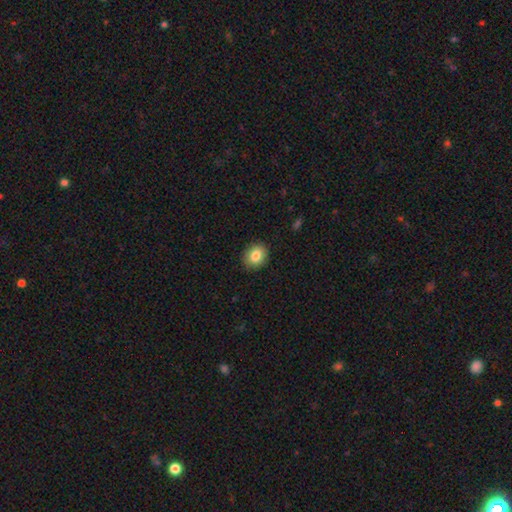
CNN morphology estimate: Smooth or featured? smooth (84%)
How rounded? round (62%)
Merging? none (89%)